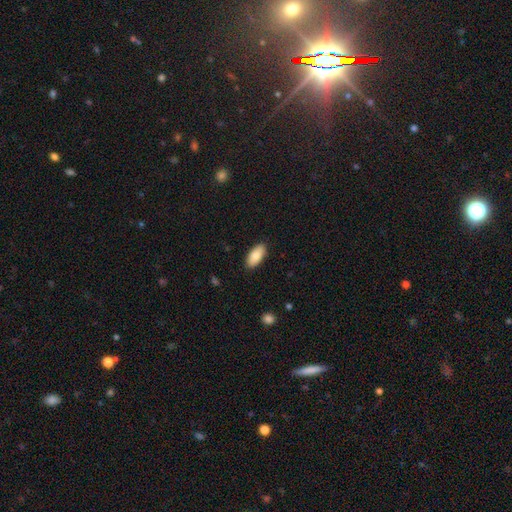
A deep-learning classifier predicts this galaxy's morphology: Q: Smooth or featured?
A: smooth (84%); runner-up: featured or disk (10%)
Q: How rounded?
A: in between (90%); runner-up: cigar-shaped (8%)
Q: Merging?
A: none (89%); runner-up: minor disturbance (8%)